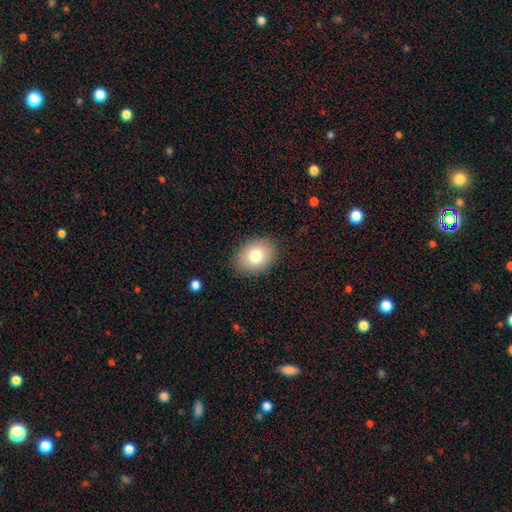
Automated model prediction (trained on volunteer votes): A smooth galaxy with no disk features (79%) that is in between round and cigar-shaped (60%).

Vote fractions:
- Smooth or featured? smooth: 79% / featured or disk: 12% / star or artifact: 9%
- How rounded? in between: 60% / round: 40% / cigar-shaped: 1%
- Merging? none: 87% / minor disturbance: 9% / major disturbance: 3% / merger: 1%